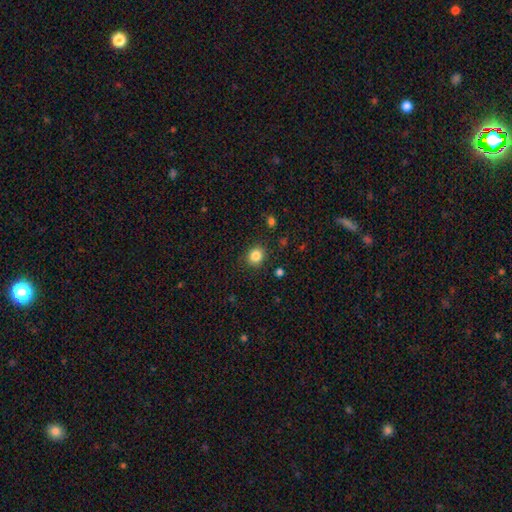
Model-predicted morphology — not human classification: smooth_or_featured: smooth (p=0.84) [alt: star or artifact p=0.11]
how_rounded: round (p=0.82) [alt: in between p=0.17]
merging: none (p=0.88) [alt: minor disturbance p=0.08]